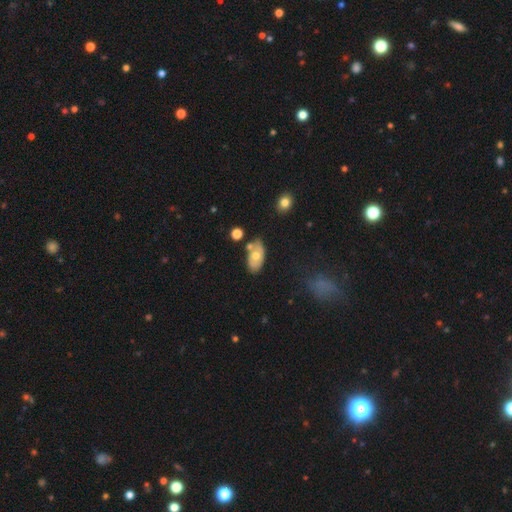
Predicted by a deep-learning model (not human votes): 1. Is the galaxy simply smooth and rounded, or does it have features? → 55% smooth, 37% featured or disk, 8% star or artifact.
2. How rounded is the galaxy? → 91% in between, 7% round, 2% cigar-shaped.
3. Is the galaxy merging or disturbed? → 59% none, 21% minor disturbance, 15% merger, 6% major disturbance.